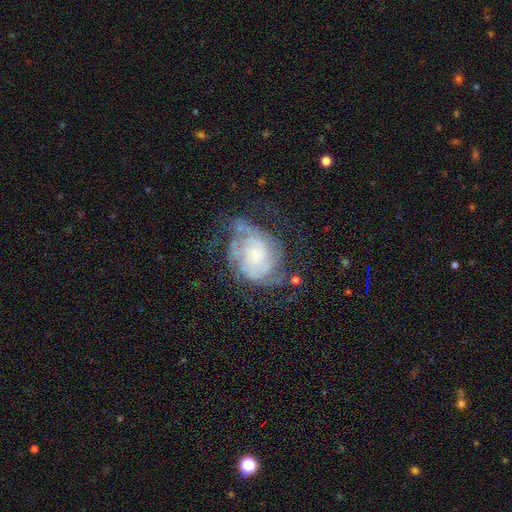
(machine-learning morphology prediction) Smooth or featured: featured or disk — 82% (smooth — 12%)
Edge-on disk: no — 98% (yes — 2%)
Bar: no — 73% (weak — 23%)
Spiral arms: yes — 92% (no — 8%)
Spiral winding: tight — 57% (medium — 32%)
Spiral arm count: can't tell — 32% (2 — 31%)
Bulge size: small — 68% (moderate — 21%)
Merging: none — 51% (major disturbance — 23%)